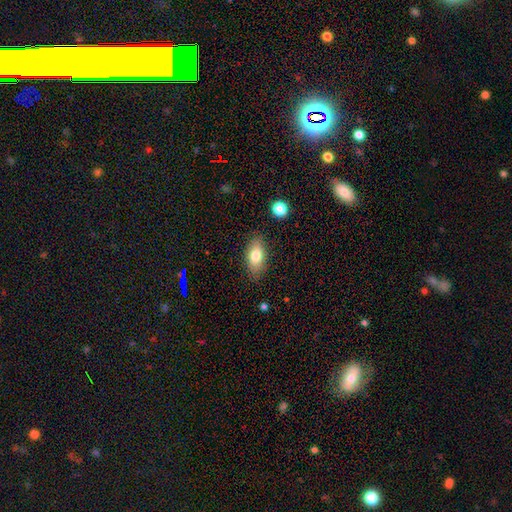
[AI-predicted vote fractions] This appears to be a smooth galaxy with no disk features (78%) that is in between round and cigar-shaped (88%). Merging: none (84%).